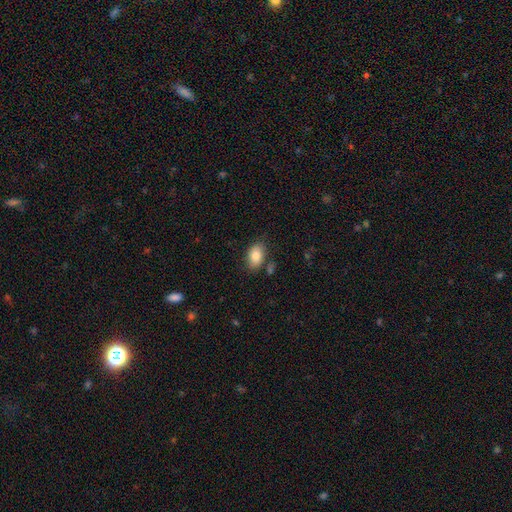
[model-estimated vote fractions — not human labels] Smooth or featured? Predicted: smooth (p=0.83). How rounded? Predicted: in between (p=0.88). Merging? Predicted: none (p=0.77).